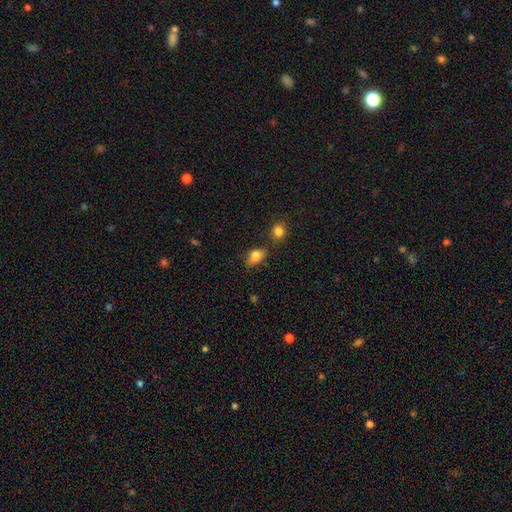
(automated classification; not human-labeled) Smooth or featured?
  - smooth: 82% *
  - star or artifact: 10%
  - featured or disk: 8%
How rounded?
  - in between: 81% *
  - round: 17%
  - cigar-shaped: 3%
Merging?
  - none: 58% *
  - minor disturbance: 25%
  - merger: 10%
  - major disturbance: 7%